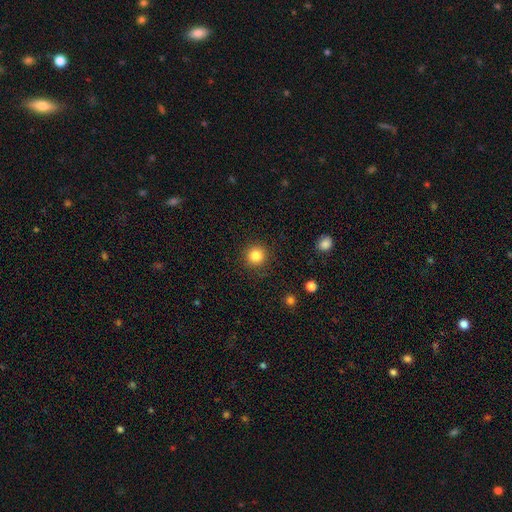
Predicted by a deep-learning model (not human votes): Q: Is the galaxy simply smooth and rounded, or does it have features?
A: smooth — 84%.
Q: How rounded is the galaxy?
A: round — 93%.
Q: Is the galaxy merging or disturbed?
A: none — 90%.